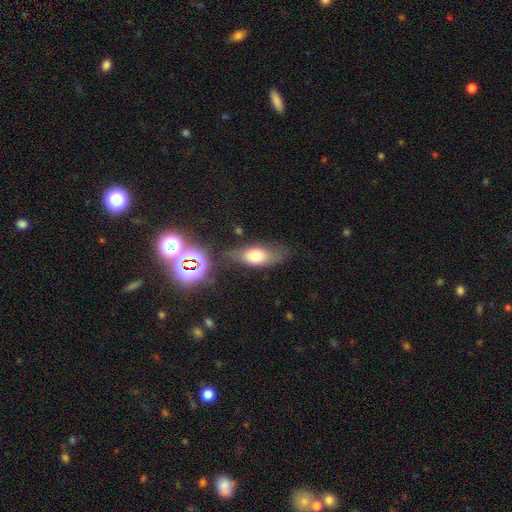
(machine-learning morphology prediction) type=smooth (65%); roundness=in between (80%); merging=none (64%).